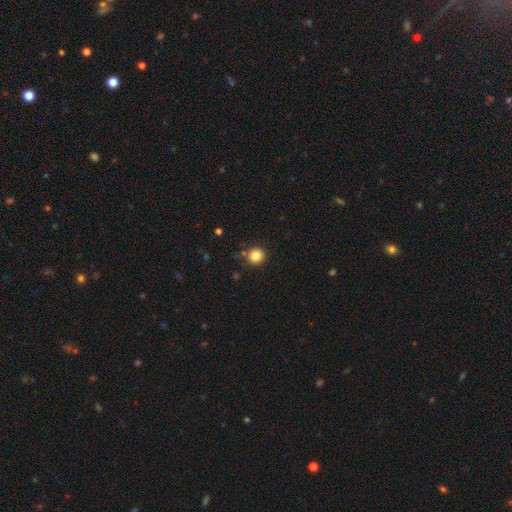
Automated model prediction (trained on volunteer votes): Overall: smooth (85%). How rounded: round (91%). Merging: none (84%).